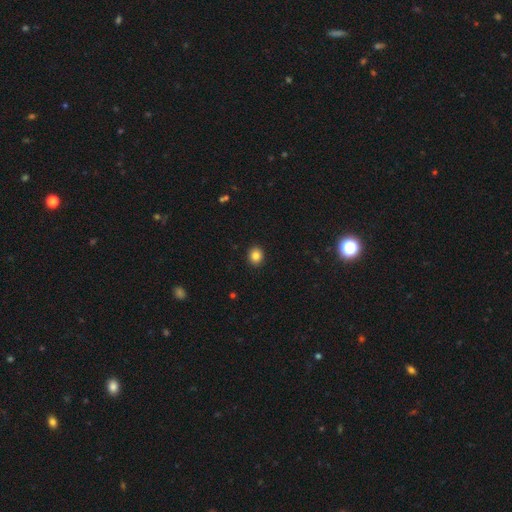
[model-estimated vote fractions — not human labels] Smooth or featured: smooth — 84% (star or artifact — 10%)
How rounded: round — 72% (in between — 27%)
Merging: none — 92% (minor disturbance — 6%)